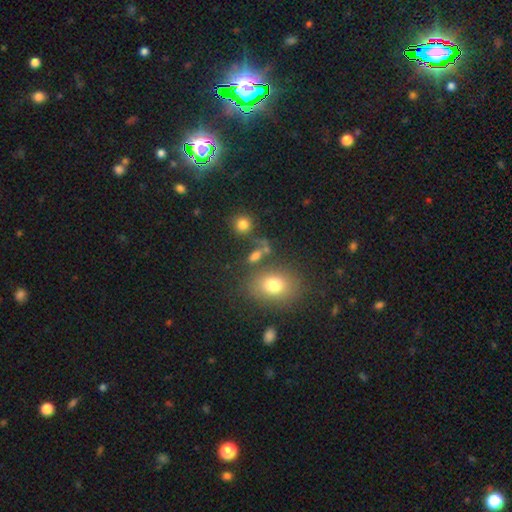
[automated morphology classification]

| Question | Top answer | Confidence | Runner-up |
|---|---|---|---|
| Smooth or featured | smooth | 70% | star or artifact (18%) |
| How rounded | in between | 54% | round (39%) |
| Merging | none | 61% | merger (17%) |